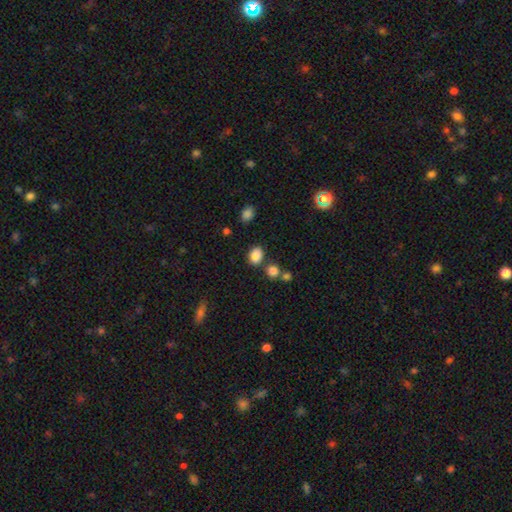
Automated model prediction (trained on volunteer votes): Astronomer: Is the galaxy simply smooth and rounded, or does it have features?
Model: smooth — 84%.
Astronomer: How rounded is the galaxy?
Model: in between — 64%.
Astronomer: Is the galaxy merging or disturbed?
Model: none — 71%.